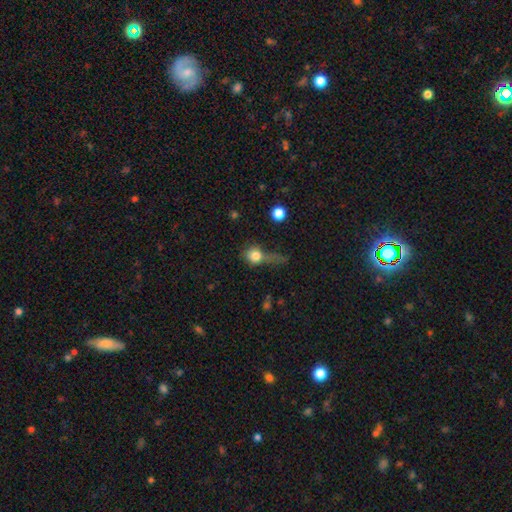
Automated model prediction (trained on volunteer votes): Q: Smooth or featured?
A: smooth (76%); runner-up: featured or disk (13%)
Q: How rounded?
A: round (74%); runner-up: in between (22%)
Q: Merging?
A: major disturbance (39%); runner-up: none (28%)